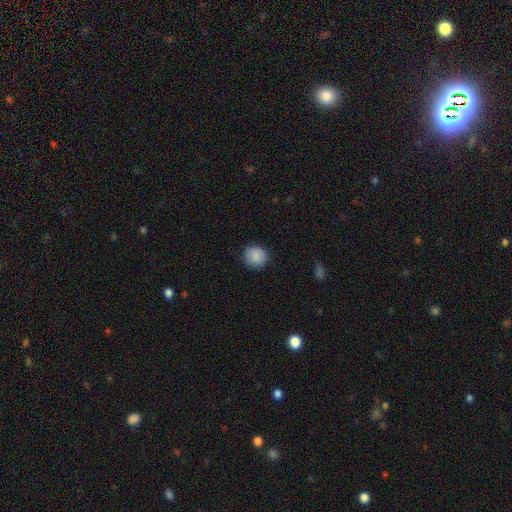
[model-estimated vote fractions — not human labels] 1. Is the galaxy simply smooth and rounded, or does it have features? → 88% smooth, 8% star or artifact, 5% featured or disk.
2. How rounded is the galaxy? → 87% round, 12% in between, 1% cigar-shaped.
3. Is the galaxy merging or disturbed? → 88% none, 9% minor disturbance, 2% major disturbance, 1% merger.